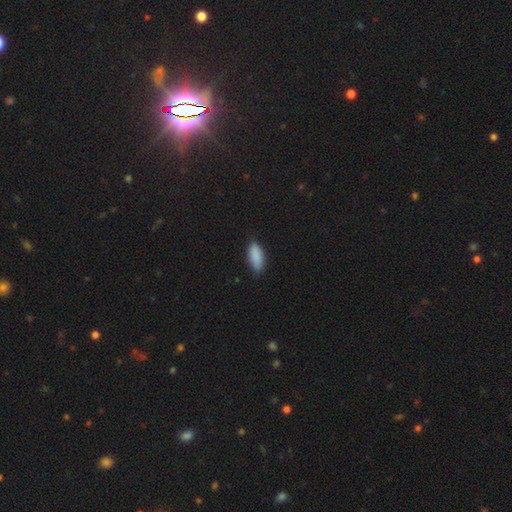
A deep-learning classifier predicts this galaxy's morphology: smooth-or-featured: smooth: 89% | star or artifact: 7% | featured or disk: 5%
  how-rounded: in between: 83% | cigar-shaped: 15% | round: 2%
  merging: none: 81% | minor disturbance: 16% | major disturbance: 2% | merger: 1%